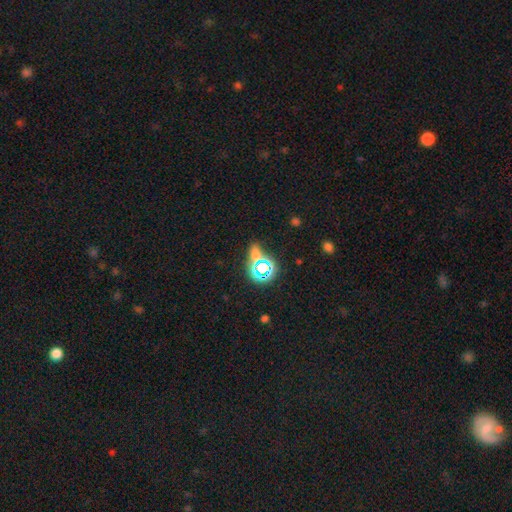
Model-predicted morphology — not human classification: star or artifact 57%, smooth 33%, featured or disk 10%.